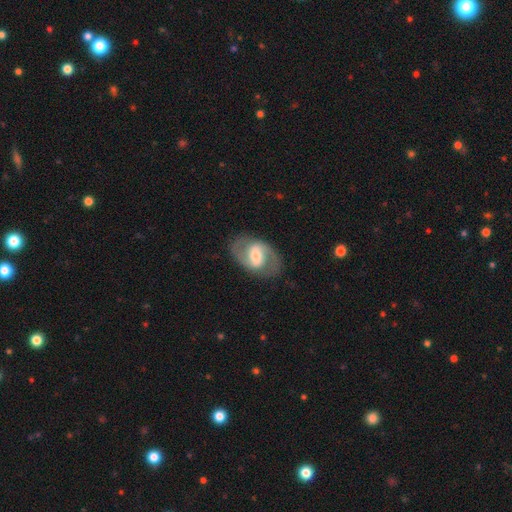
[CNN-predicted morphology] Q: Smooth or featured?
A: featured or disk (75%); runner-up: smooth (19%)
Q: Edge-on disk?
A: no (96%); runner-up: yes (4%)
Q: Bar?
A: weak (45%); runner-up: strong (36%)
Q: Spiral arms?
A: yes (85%); runner-up: no (15%)
Q: Spiral winding?
A: medium (53%); runner-up: loose (28%)
Q: Spiral arm count?
A: 2 (89%); runner-up: can't tell (6%)
Q: Bulge size?
A: moderate (52%); runner-up: small (33%)
Q: Merging?
A: none (81%); runner-up: minor disturbance (12%)